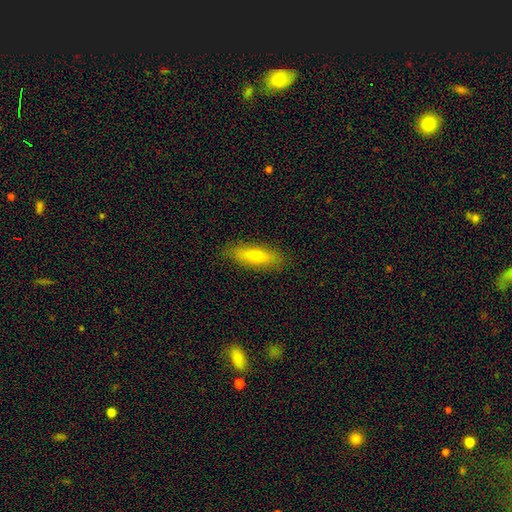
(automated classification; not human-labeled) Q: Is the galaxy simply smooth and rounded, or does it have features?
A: smooth — 60%.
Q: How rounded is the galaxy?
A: cigar-shaped — 55%.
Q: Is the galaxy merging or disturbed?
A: none — 87%.